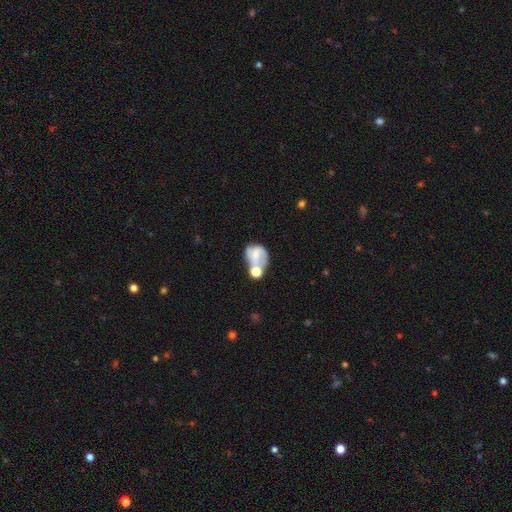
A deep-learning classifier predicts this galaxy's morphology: This appears to be a featured or disk galaxy (54%) with no bar (49%), spiral arms (68%) and a small central bulge (46%). Merging: merger (39%).